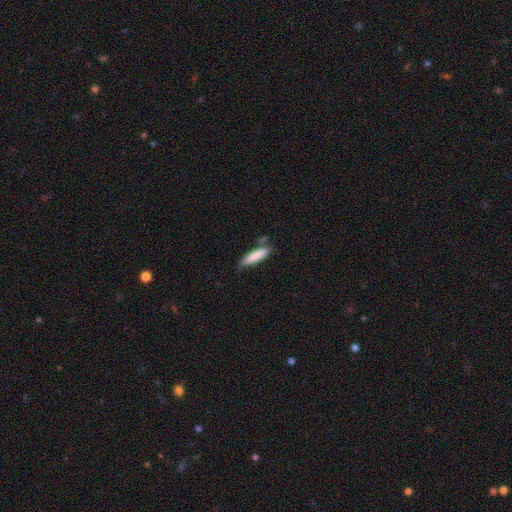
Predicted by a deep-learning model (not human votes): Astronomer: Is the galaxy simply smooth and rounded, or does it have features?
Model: smooth — 83%.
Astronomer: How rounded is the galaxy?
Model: cigar-shaped — 79%.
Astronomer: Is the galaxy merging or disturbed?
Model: none — 64%.